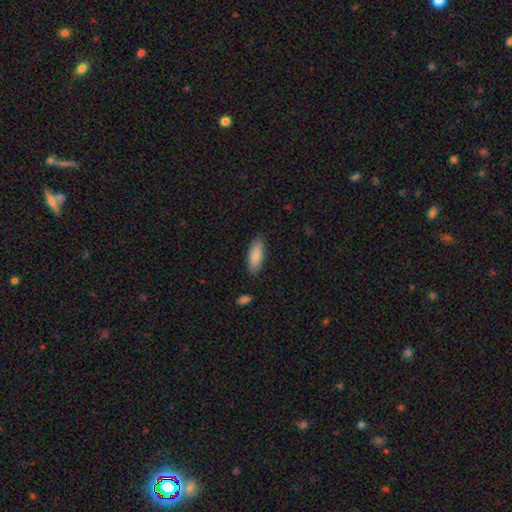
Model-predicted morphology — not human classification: Overall: smooth (87%). How rounded: in between (68%; cigar-shaped 30%). Merging: none (86%).